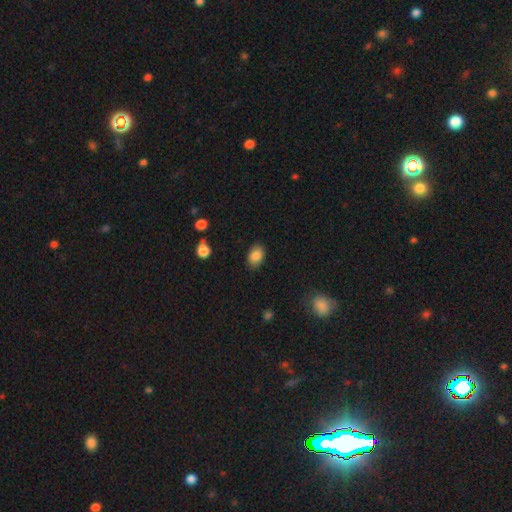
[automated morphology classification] A smooth galaxy with no disk features (85%) that is in between round and cigar-shaped (84%). Merging: none (83%).